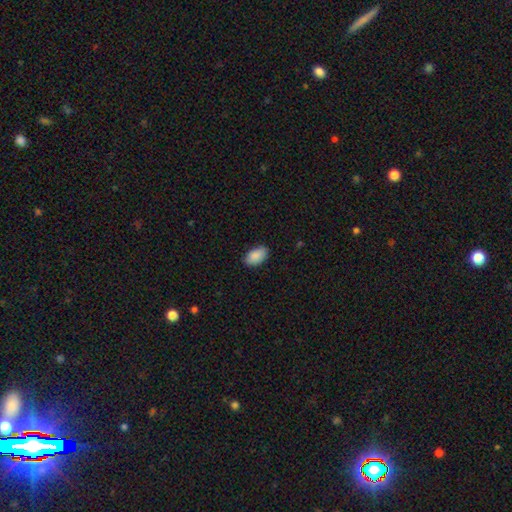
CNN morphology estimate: smooth-or-featured: smooth: 90% | star or artifact: 7% | featured or disk: 4%
  how-rounded: in between: 94% | round: 4% | cigar-shaped: 2%
  merging: none: 85% | minor disturbance: 12% | major disturbance: 2% | merger: 1%